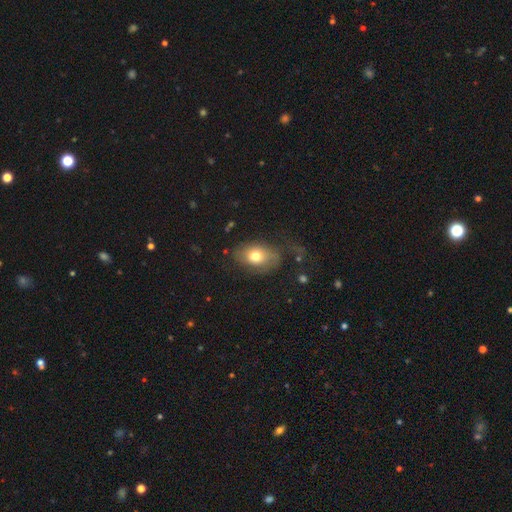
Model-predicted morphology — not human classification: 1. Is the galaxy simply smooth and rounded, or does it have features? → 68% smooth, 22% featured or disk, 9% star or artifact.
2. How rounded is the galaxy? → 78% in between, 21% round, 2% cigar-shaped.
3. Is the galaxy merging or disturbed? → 56% none, 24% minor disturbance, 17% major disturbance, 2% merger.